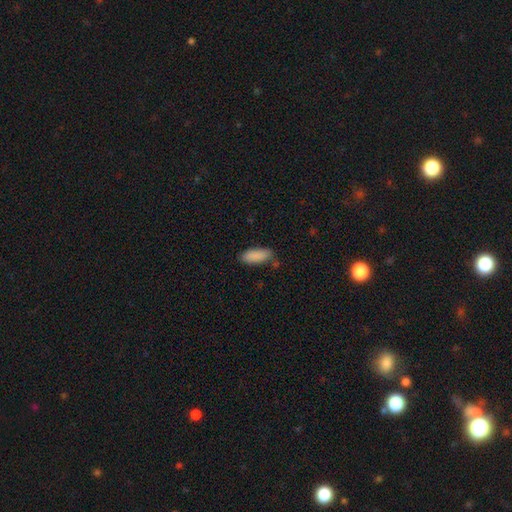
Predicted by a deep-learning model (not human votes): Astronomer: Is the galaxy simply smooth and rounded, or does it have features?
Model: smooth — 89%.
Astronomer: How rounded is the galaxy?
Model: in between — 78%.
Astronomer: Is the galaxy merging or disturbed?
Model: none — 78%.